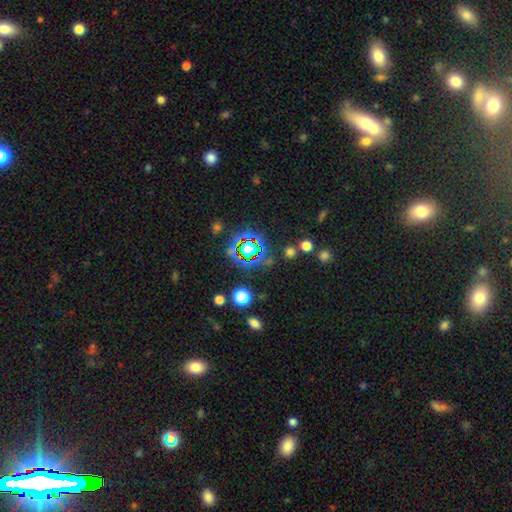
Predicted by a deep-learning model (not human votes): Smooth or featured? Predicted: star or artifact (p=0.75).